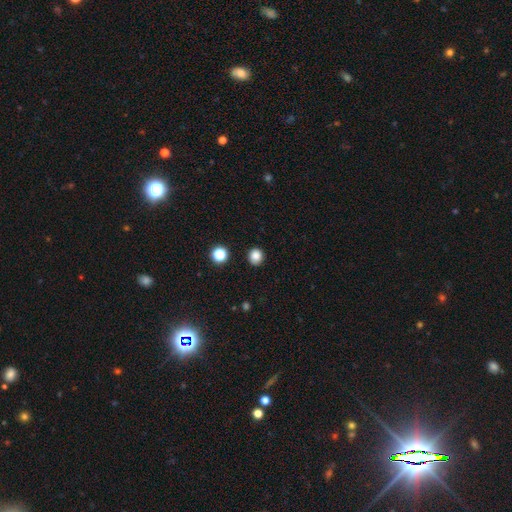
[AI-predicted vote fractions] Smooth or featured? smooth (85%)
How rounded? round (89%)
Merging? none (90%)